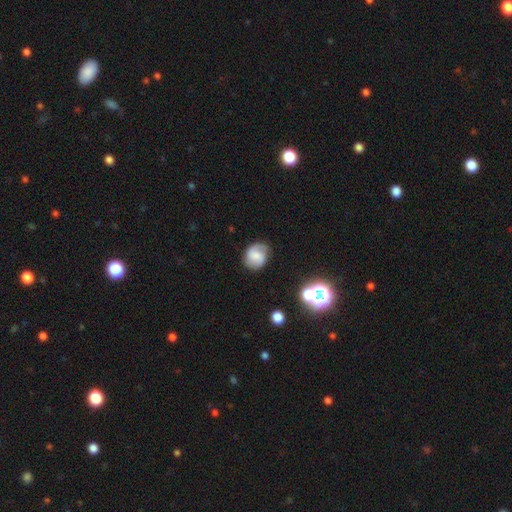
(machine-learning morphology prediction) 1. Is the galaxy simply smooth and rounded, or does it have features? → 52% smooth, 38% featured or disk, 10% star or artifact.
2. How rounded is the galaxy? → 68% round, 31% in between, 1% cigar-shaped.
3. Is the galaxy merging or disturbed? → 71% none, 21% minor disturbance, 7% major disturbance, 2% merger.